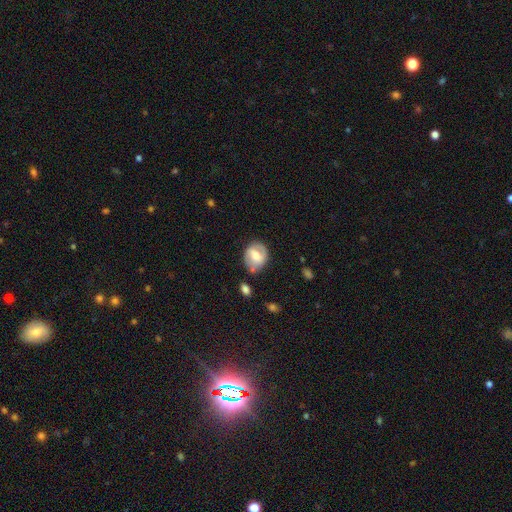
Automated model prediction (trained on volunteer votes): Smooth or featured? featured or disk (50%)
Edge-on disk? no (96%)
Merging? none (70%)